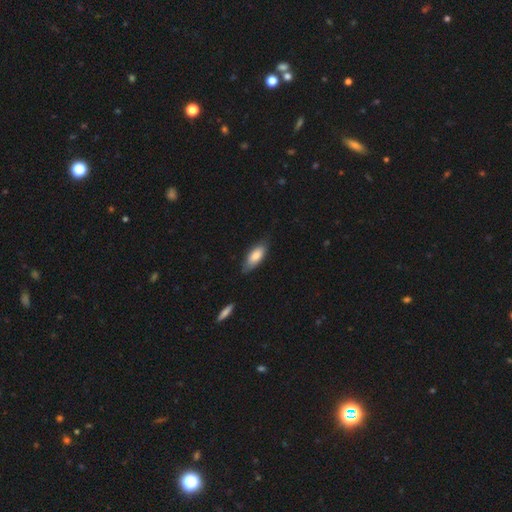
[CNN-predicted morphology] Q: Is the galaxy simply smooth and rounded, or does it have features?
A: smooth — 80%.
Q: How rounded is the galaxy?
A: in between — 80%.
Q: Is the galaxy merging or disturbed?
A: none — 74%.